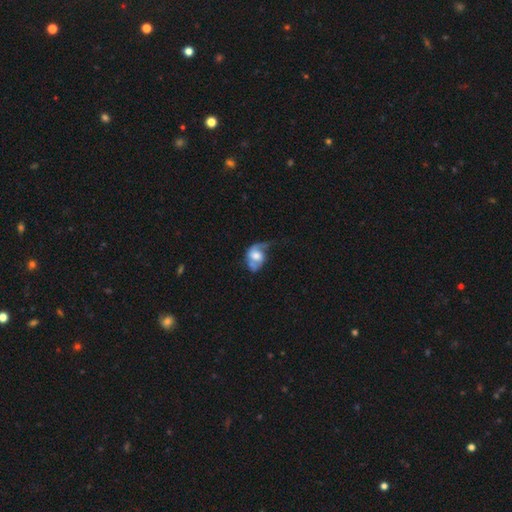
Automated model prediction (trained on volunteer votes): A featured or disk galaxy (59%) with no bar (61%), spiral arms (76%) and a moderate central bulge (49%). Merging: major disturbance (36%).